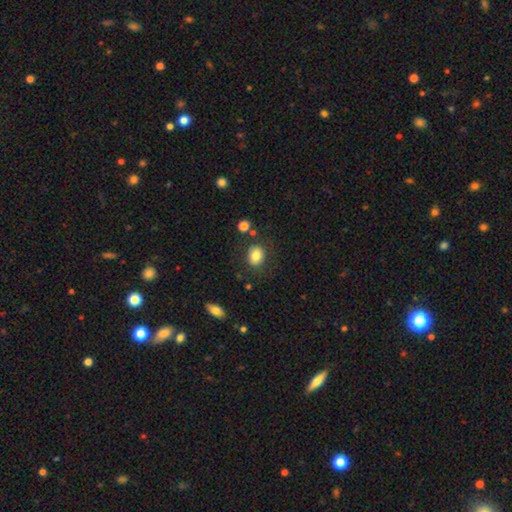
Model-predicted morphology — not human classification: The model was most divided on "how rounded": round: 53%, in between: 46%, cigar-shaped: 1%. More confident: smooth or featured — smooth (83%); merging — none (81%).